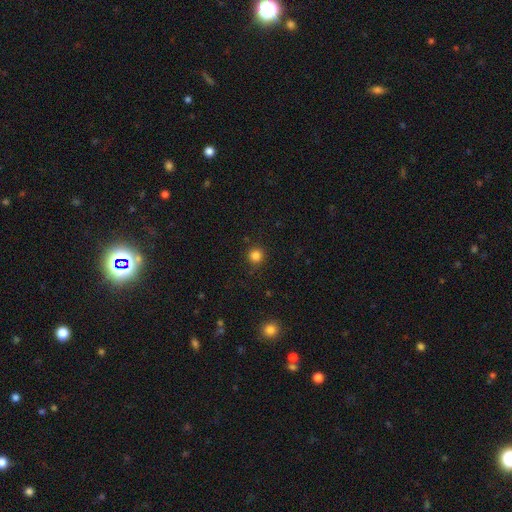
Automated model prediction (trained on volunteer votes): This appears to be a smooth galaxy with no disk features (83%) that is round (93%). Merging: none (89%).